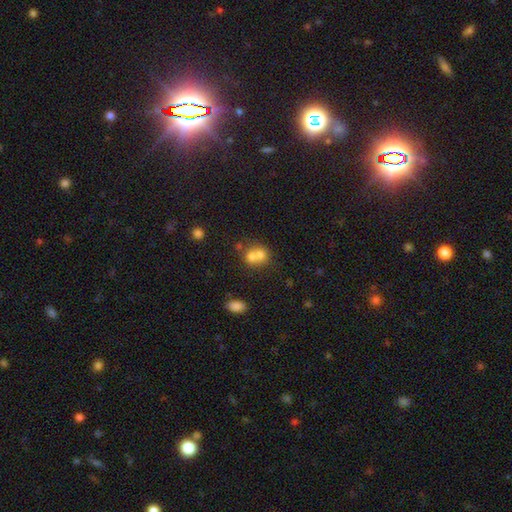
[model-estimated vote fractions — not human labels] smooth-or-featured: smooth: 67% | featured or disk: 21% | star or artifact: 12%
  how-rounded: round: 69% | in between: 30% | cigar-shaped: 1%
  merging: merger: 63% | none: 27% | minor disturbance: 6% | major disturbance: 3%